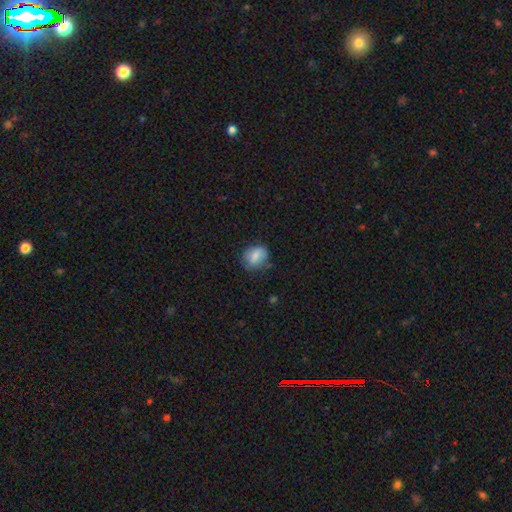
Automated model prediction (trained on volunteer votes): The model was most divided on "how rounded": in between: 50%, round: 48%, cigar-shaped: 1%. More confident: smooth or featured — smooth (78%); merging — none (70%).